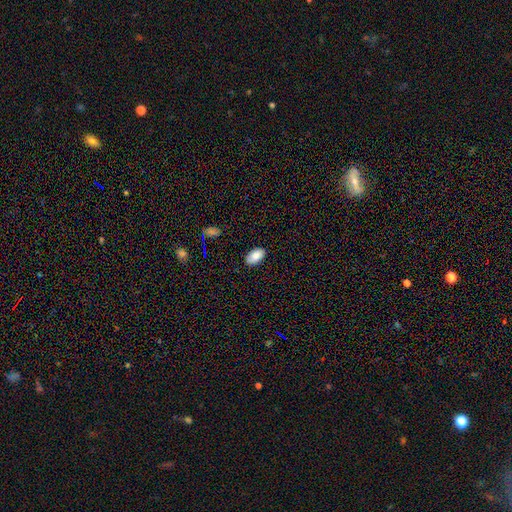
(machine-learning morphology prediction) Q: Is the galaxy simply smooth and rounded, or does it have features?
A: smooth — 85%.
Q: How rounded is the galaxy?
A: in between — 95%.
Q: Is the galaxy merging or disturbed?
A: none — 85%.